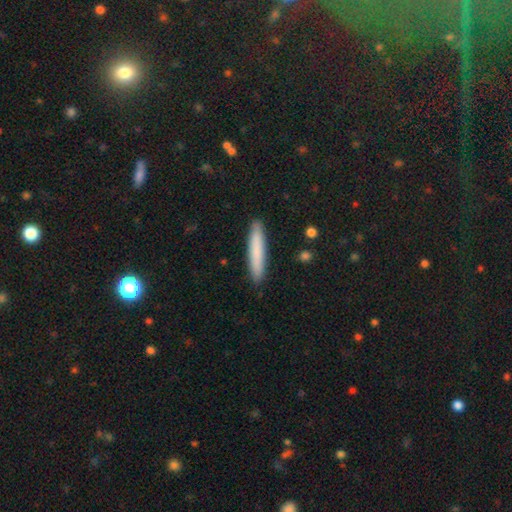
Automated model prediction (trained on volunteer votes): Morphology: type=smooth (80%); roundness=cigar-shaped (91%); merging=none (89%).